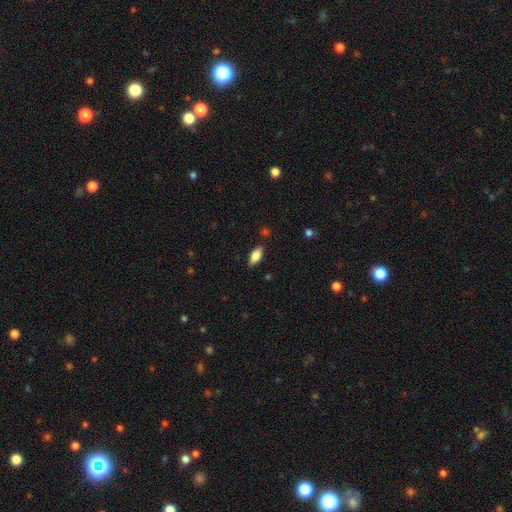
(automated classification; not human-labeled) A smooth galaxy with no disk features (81%) that is in between round and cigar-shaped (86%).

Vote fractions:
- Smooth or featured? smooth: 81% / featured or disk: 11% / star or artifact: 7%
- How rounded? in between: 86% / cigar-shaped: 11% / round: 3%
- Merging? none: 84% / minor disturbance: 12% / major disturbance: 2% / merger: 2%